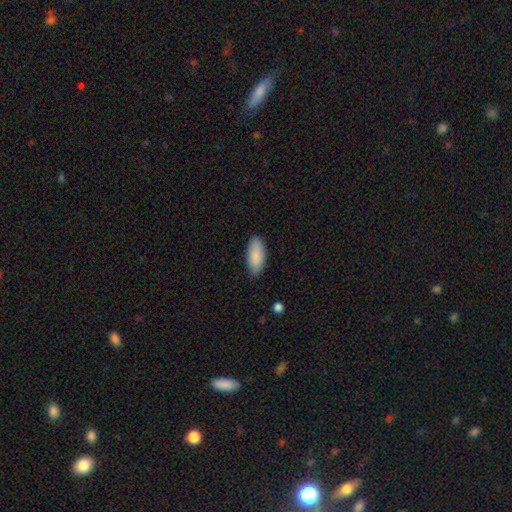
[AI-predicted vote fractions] Q: Smooth or featured?
A: smooth (88%); runner-up: featured or disk (6%)
Q: How rounded?
A: in between (86%); runner-up: cigar-shaped (12%)
Q: Merging?
A: none (87%); runner-up: minor disturbance (10%)